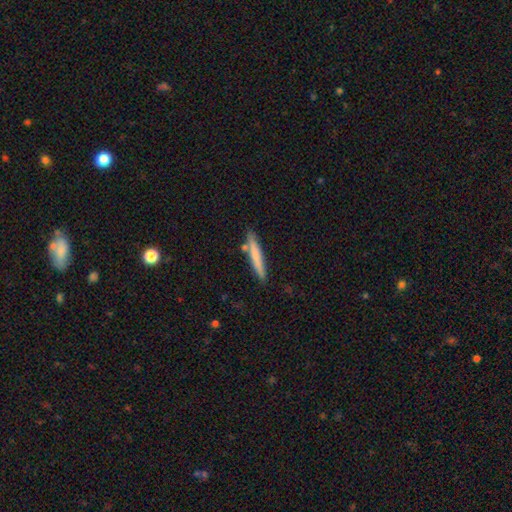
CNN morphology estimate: This appears to be a smooth galaxy with no disk features (67%) that is cigar-shaped (94%). Merging: none (82%).